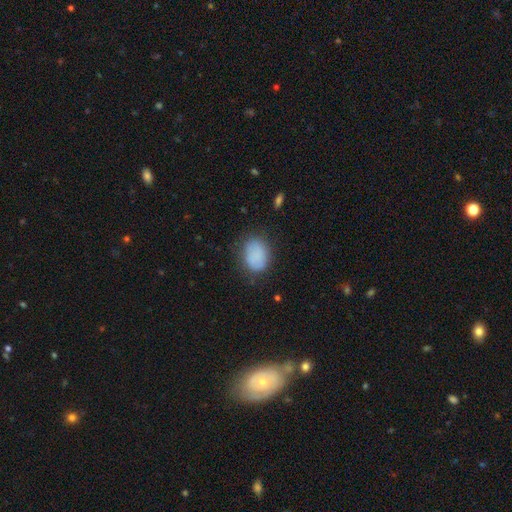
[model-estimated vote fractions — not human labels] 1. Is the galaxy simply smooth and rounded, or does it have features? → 82% smooth, 10% featured or disk, 8% star or artifact.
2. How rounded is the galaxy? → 68% in between, 31% round, 1% cigar-shaped.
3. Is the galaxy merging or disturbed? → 70% none, 21% minor disturbance, 7% major disturbance, 2% merger.